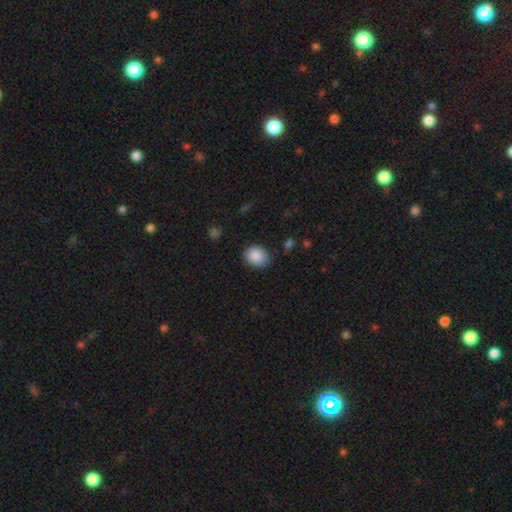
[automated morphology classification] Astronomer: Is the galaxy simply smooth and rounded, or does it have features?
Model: smooth — 89%.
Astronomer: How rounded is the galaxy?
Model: round — 55% (runner-up: in between, 44%).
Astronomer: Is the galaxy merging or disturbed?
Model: none — 80%.